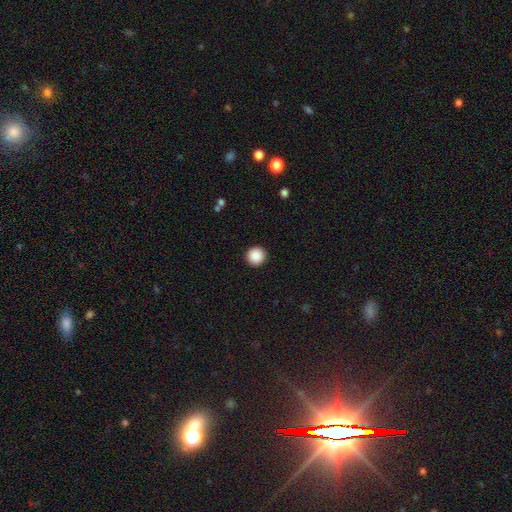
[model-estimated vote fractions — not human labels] A smooth galaxy with no disk features (89%) that is round (95%).

Vote fractions:
- Smooth or featured? smooth: 89% / star or artifact: 9% / featured or disk: 2%
- How rounded? round: 95% / in between: 4% / cigar-shaped: 1%
- Merging? none: 93% / minor disturbance: 4% / major disturbance: 2% / merger: 1%